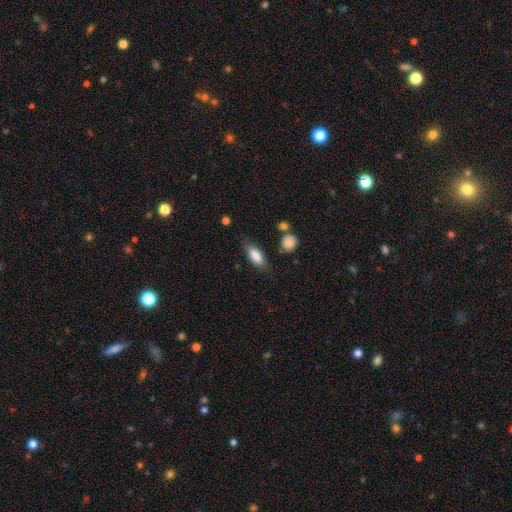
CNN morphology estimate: type=smooth (84%); roundness=in between (75%); merging=none (73%).